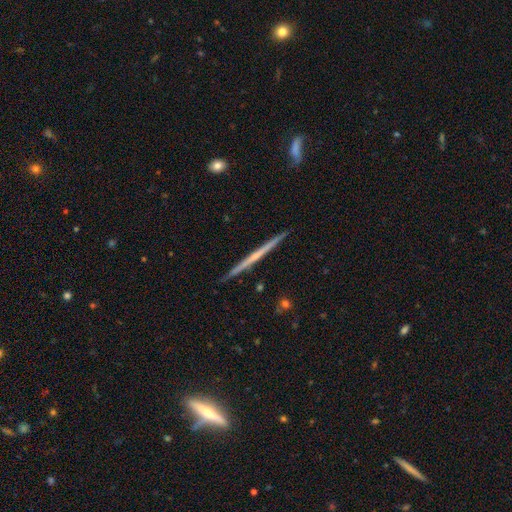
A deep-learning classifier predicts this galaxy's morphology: Smooth or featured: featured or disk — 71% (smooth — 24%)
Edge-on disk: yes — 98% (no — 2%)
Edge-on bulge: none — 64% (rounded — 31%)
Merging: none — 91% (minor disturbance — 6%)